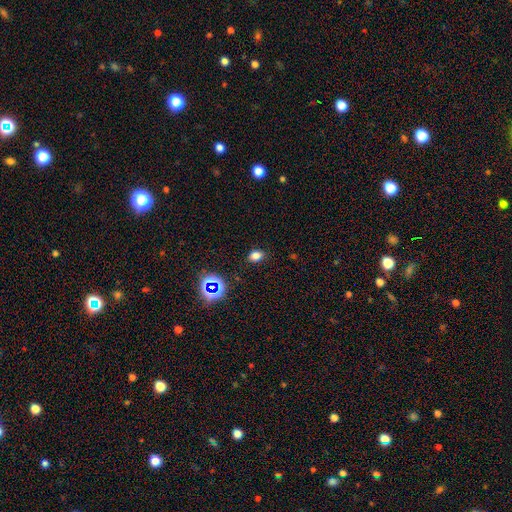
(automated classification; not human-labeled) This is likely a smooth galaxy (75%). How rounded: likely in between (71%). Merging: clearly none (85%).